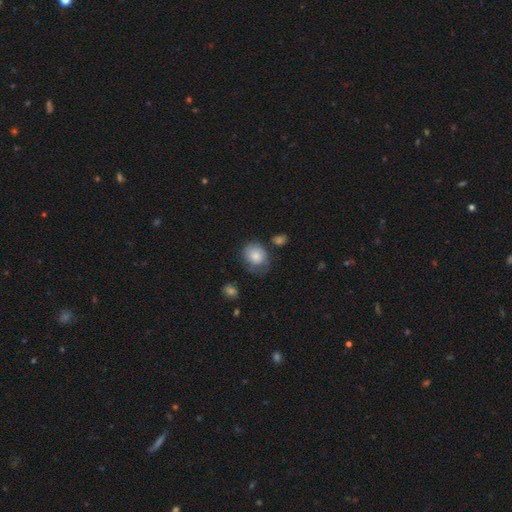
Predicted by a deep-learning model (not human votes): This appears to be a smooth galaxy with no disk features (74%) that is round (60%). Merging: none (53%).